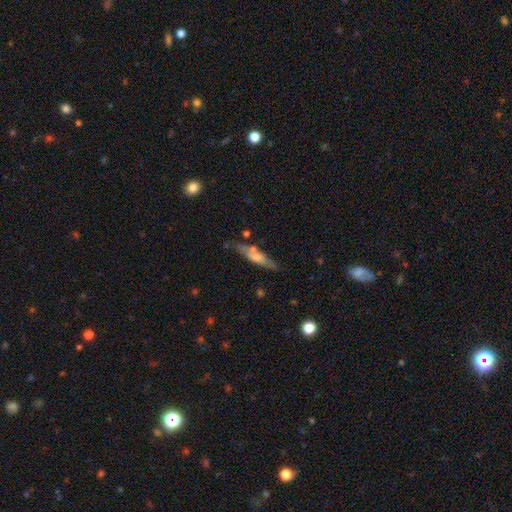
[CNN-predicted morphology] Q: Smooth or featured?
A: smooth (53%); runner-up: featured or disk (40%)
Q: How rounded?
A: cigar-shaped (76%); runner-up: in between (22%)
Q: Merging?
A: none (69%); runner-up: minor disturbance (17%)